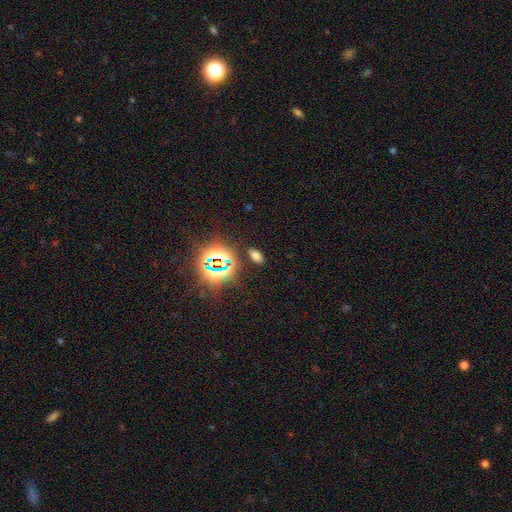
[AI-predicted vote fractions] A smooth galaxy with no disk features (62%) that is in between round and cigar-shaped (87%).

Vote fractions:
- Smooth or featured? smooth: 62% / star or artifact: 30% / featured or disk: 8%
- How rounded? in between: 87% / round: 7% / cigar-shaped: 5%
- Merging? none: 86% / minor disturbance: 8% / merger: 3% / major disturbance: 3%